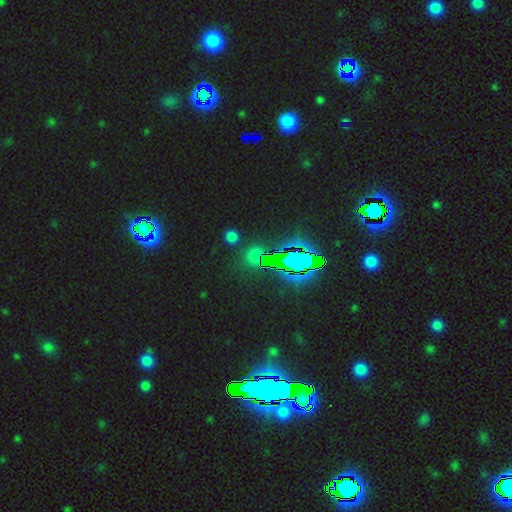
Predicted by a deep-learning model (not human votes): smooth-or-featured: star or artifact: 61% | smooth: 31% | featured or disk: 8%